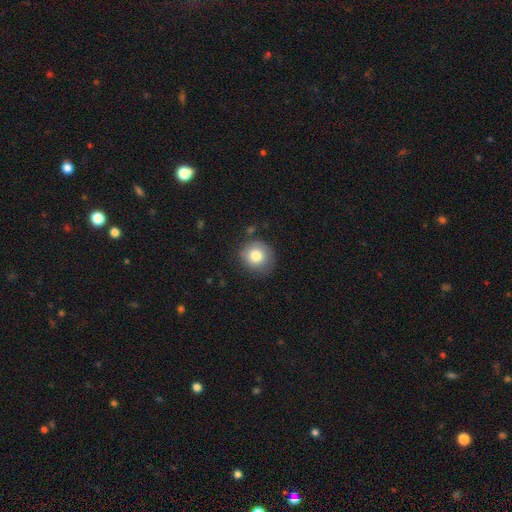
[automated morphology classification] smooth_or_featured: smooth (p=0.80) [alt: featured or disk p=0.10]
how_rounded: round (p=0.87) [alt: in between p=0.12]
merging: none (p=0.77) [alt: minor disturbance p=0.16]